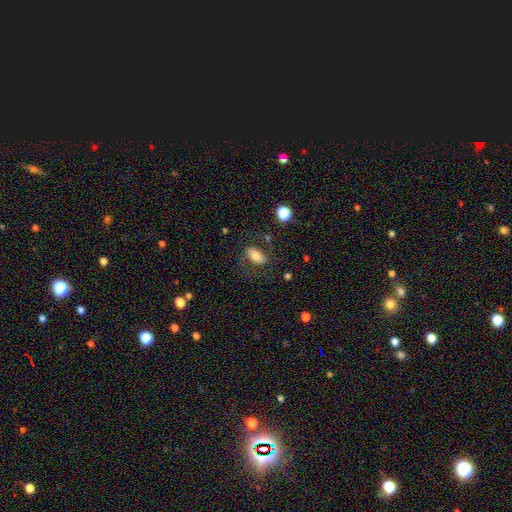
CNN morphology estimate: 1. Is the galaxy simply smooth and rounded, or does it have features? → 65% smooth, 26% featured or disk, 9% star or artifact.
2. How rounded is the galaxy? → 89% in between, 7% round, 4% cigar-shaped.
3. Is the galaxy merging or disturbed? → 64% none, 18% minor disturbance, 14% major disturbance, 4% merger.